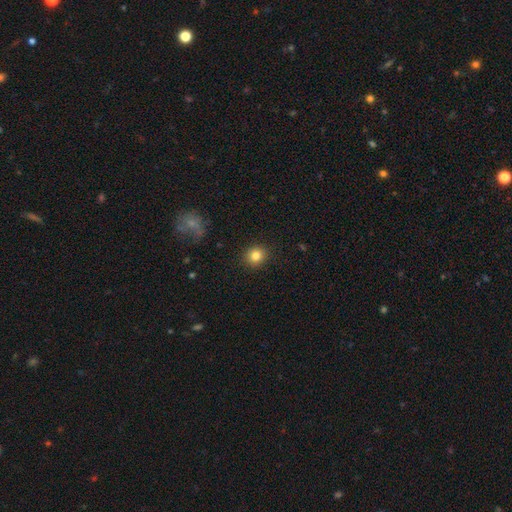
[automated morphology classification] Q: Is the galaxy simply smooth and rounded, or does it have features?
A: smooth — 82%.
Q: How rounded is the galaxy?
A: round — 84%.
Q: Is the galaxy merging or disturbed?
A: none — 90%.